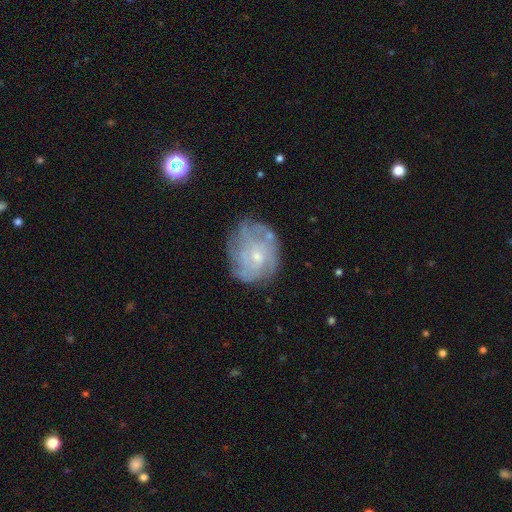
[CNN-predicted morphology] This appears to be a featured or disk galaxy (69%) with no bar (76%), tight (55%) spiral arms (76%) and a small central bulge (60%). Merging: none (63%).